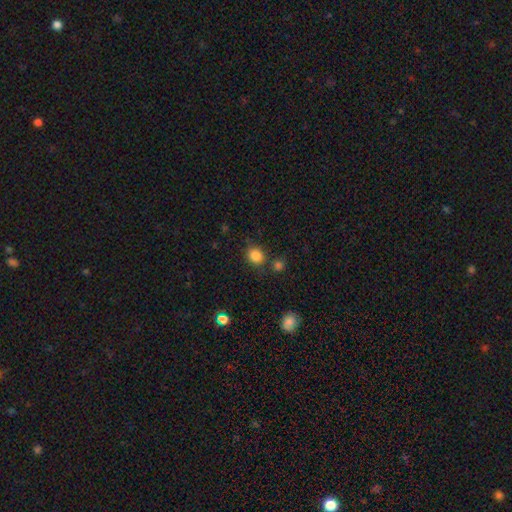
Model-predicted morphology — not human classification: This appears to be a smooth galaxy with no disk features (84%) that is round (72%). Merging: none (76%).